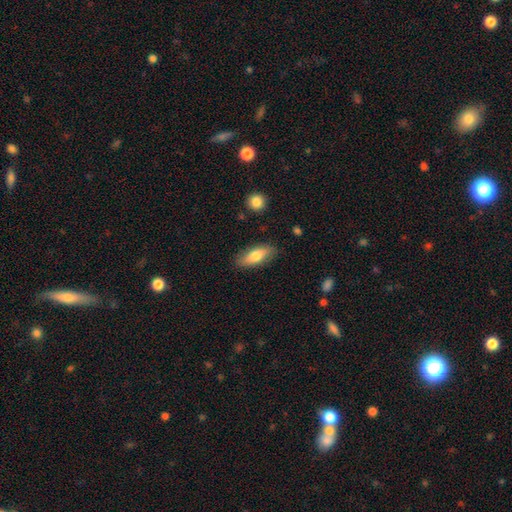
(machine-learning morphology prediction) Smooth or featured: smooth — 73% (featured or disk — 21%)
How rounded: in between — 74% (cigar-shaped — 23%)
Merging: none — 85% (minor disturbance — 11%)